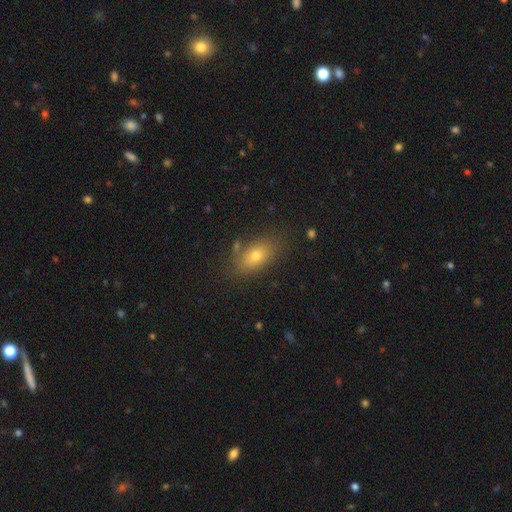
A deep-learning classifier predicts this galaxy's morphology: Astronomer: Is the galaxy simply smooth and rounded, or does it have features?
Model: smooth — 72%.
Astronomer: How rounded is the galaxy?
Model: in between — 85%.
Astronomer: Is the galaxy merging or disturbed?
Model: none — 76%.